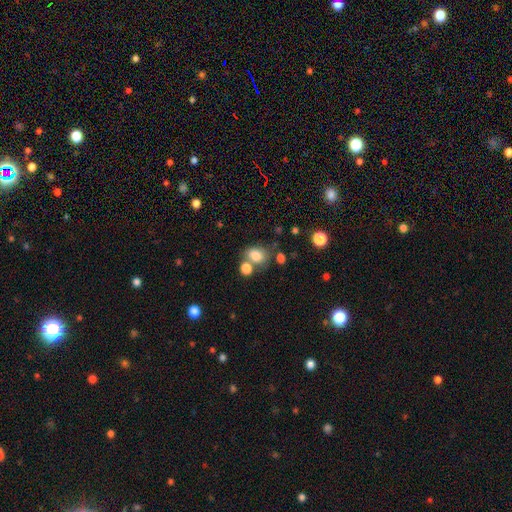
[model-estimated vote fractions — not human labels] Smooth or featured?
  - smooth: 79% *
  - star or artifact: 11%
  - featured or disk: 9%
How rounded?
  - in between: 59% *
  - round: 40%
  - cigar-shaped: 1%
Merging?
  - none: 53% *
  - merger: 28%
  - minor disturbance: 13%
  - major disturbance: 6%